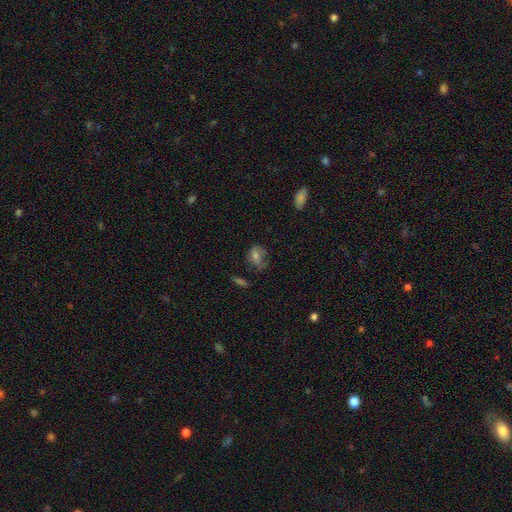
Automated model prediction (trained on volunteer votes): Overall: smooth (59%; featured or disk 28%). How rounded: in between (57%; round 41%). Merging: none (46%; minor disturbance 28%).